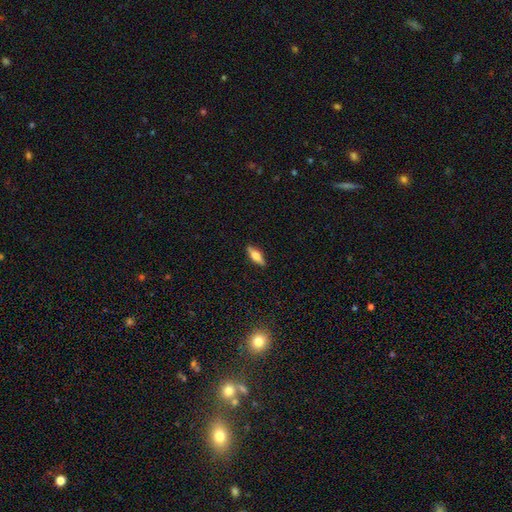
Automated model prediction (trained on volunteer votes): A smooth galaxy with no disk features (49%).

Vote fractions:
- Smooth or featured? smooth: 49% / featured or disk: 44% / star or artifact: 7%
- Merging? none: 88% / minor disturbance: 9% / major disturbance: 2% / merger: 1%